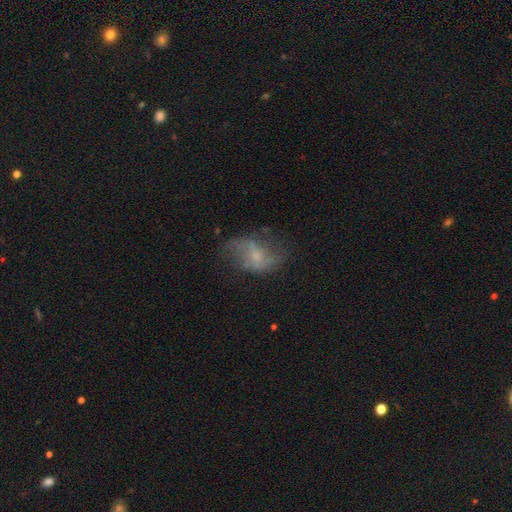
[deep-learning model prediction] This is possibly a featured or disk galaxy (58%). It is clearly not viewed edge-on (96%). Bar: possibly no (54%). Spiral arm pattern: likely yes (65%). Central bulge: marginally small (43%). Merging: possibly none (49%).